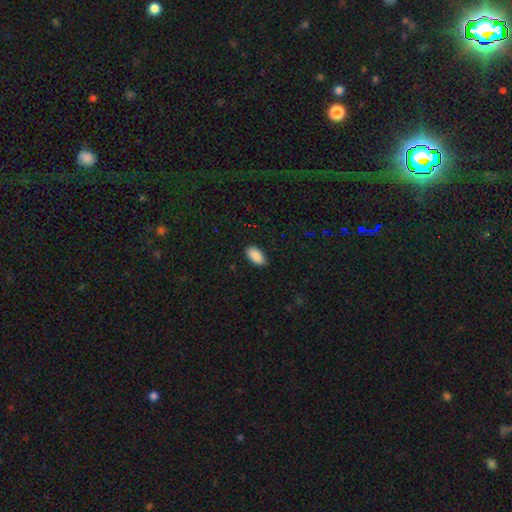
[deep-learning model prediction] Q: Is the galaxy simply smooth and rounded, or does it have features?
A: smooth — 89%.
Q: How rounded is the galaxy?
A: in between — 95%.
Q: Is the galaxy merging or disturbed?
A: none — 85%.